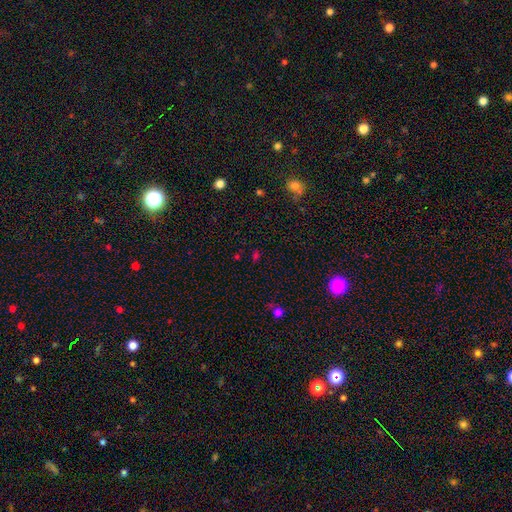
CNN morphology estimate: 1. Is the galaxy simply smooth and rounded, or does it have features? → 49% star or artifact, 44% smooth, 7% featured or disk.